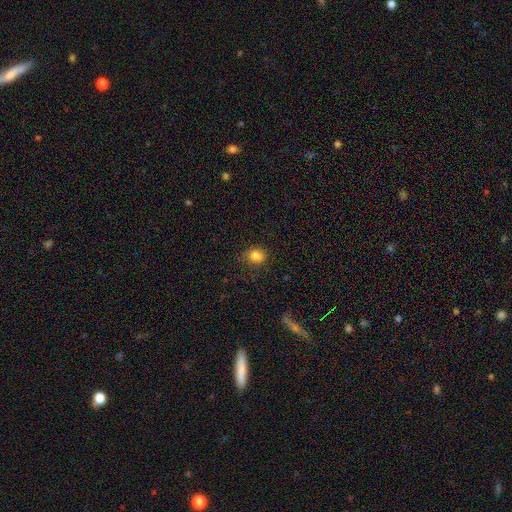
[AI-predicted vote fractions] Q: Smooth or featured?
A: smooth (84%); runner-up: star or artifact (11%)
Q: How rounded?
A: round (73%); runner-up: in between (26%)
Q: Merging?
A: none (80%); runner-up: minor disturbance (15%)